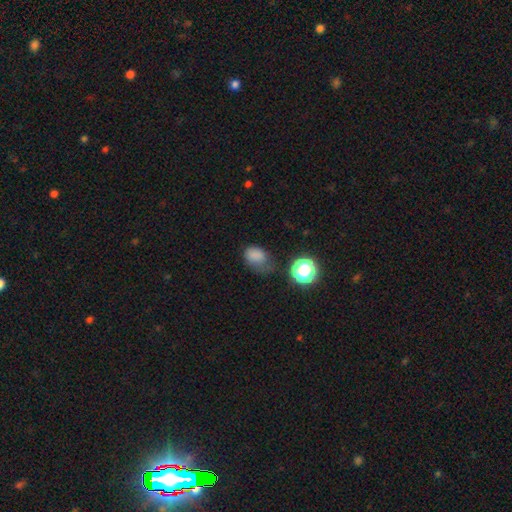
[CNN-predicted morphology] smooth_or_featured: smooth (p=0.77) [alt: star or artifact p=0.15]
how_rounded: in between (p=0.66) [alt: round p=0.33]
merging: none (p=0.41) [alt: minor disturbance p=0.34]